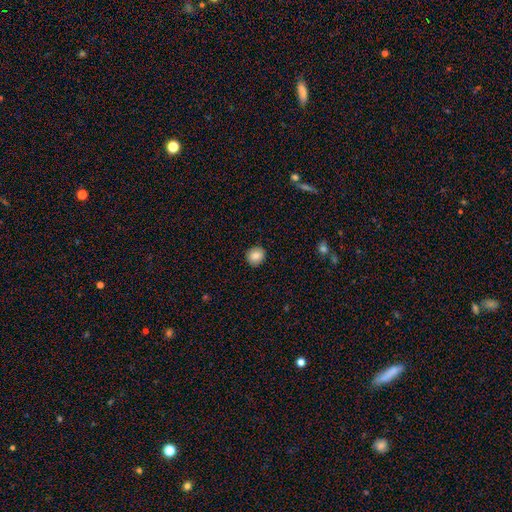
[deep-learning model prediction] Smooth or featured: smooth — 84% (star or artifact — 9%)
How rounded: round — 82% (in between — 17%)
Merging: none — 90% (minor disturbance — 8%)